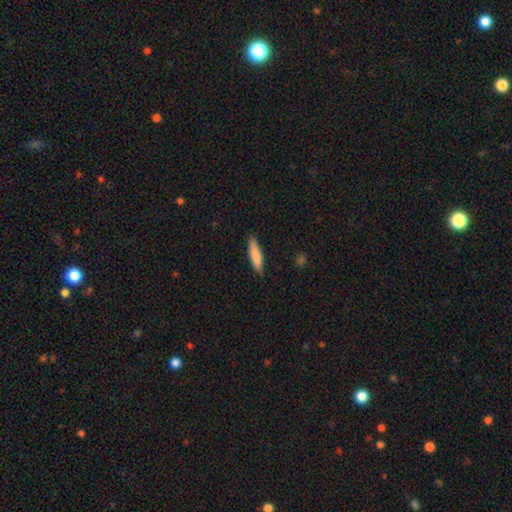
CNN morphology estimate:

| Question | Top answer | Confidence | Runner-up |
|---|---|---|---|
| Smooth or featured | smooth | 83% | featured or disk (11%) |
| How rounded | cigar-shaped | 77% | in between (22%) |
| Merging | none | 86% | minor disturbance (11%) |